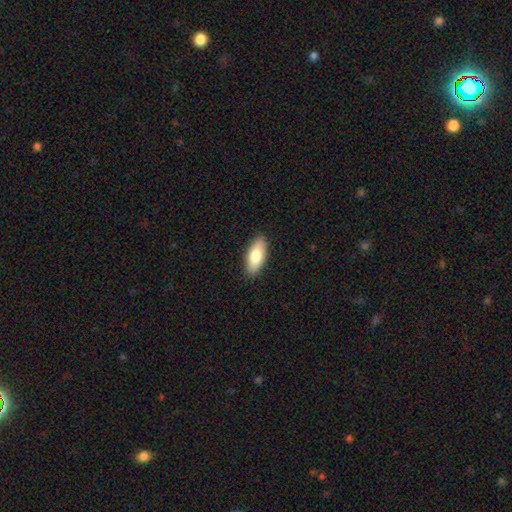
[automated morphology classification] type=smooth (81%); roundness=in between (81%); merging=none (89%).